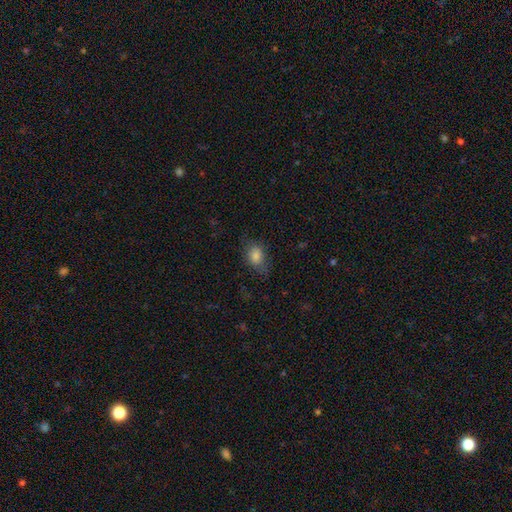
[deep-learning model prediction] Q: Smooth or featured?
A: smooth (80%); runner-up: star or artifact (11%)
Q: How rounded?
A: in between (77%); runner-up: round (21%)
Q: Merging?
A: none (70%); runner-up: minor disturbance (21%)